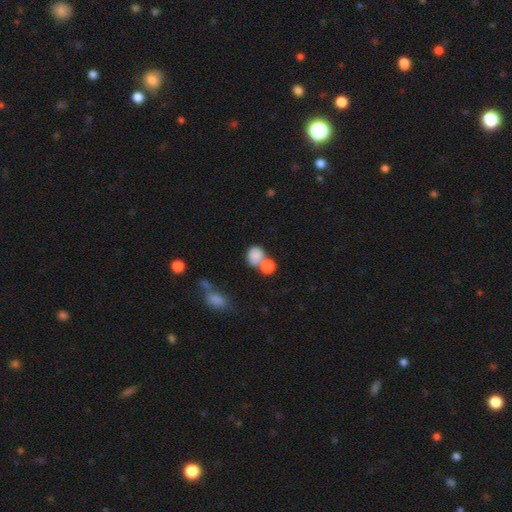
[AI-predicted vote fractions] A smooth galaxy with no disk features (81%) that is round (64%).

Vote fractions:
- Smooth or featured? smooth: 81% / star or artifact: 10% / featured or disk: 9%
- How rounded? round: 64% / in between: 35% / cigar-shaped: 1%
- Merging? merger: 42% / none: 38% / minor disturbance: 13% / major disturbance: 8%